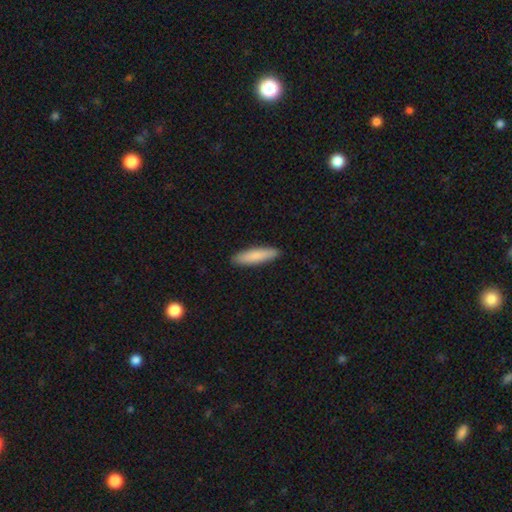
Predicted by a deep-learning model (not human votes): Q: Smooth or featured?
A: smooth (83%); runner-up: featured or disk (12%)
Q: How rounded?
A: cigar-shaped (77%); runner-up: in between (22%)
Q: Merging?
A: none (91%); runner-up: minor disturbance (7%)